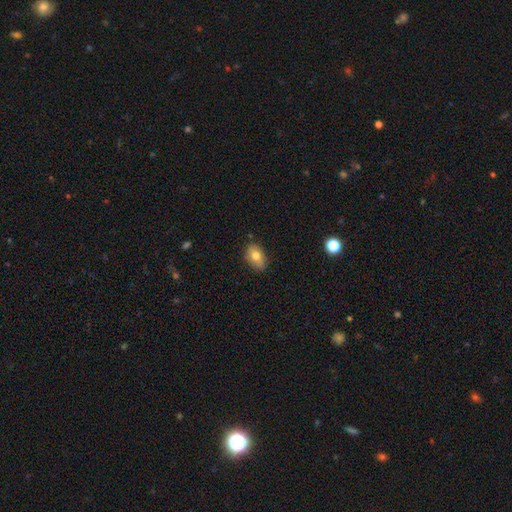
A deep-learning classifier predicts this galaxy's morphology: Smooth or featured? smooth (77%)
How rounded? in between (84%)
Merging? none (74%)